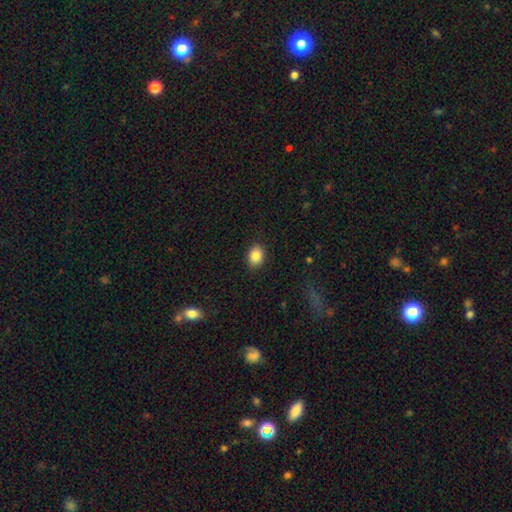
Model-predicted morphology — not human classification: A smooth galaxy with no disk features (86%) that is in between round and cigar-shaped (65%).

Vote fractions:
- Smooth or featured? smooth: 86% / star or artifact: 9% / featured or disk: 5%
- How rounded? in between: 65% / round: 34% / cigar-shaped: 1%
- Merging? none: 88% / minor disturbance: 9% / major disturbance: 2% / merger: 1%